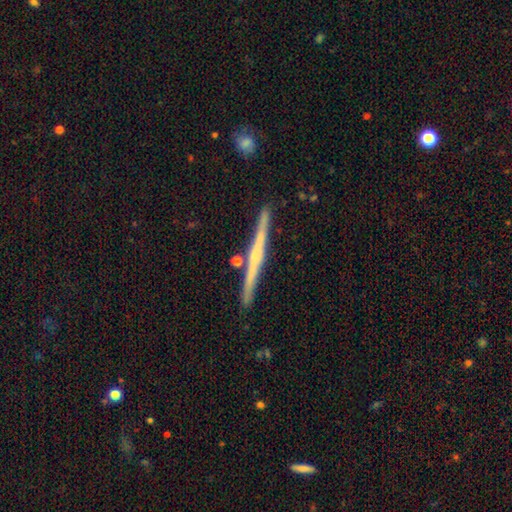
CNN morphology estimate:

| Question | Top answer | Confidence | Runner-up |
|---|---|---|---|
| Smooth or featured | featured or disk | 69% | smooth (25%) |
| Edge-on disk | yes | 98% | no (2%) |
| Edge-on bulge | rounded | 48% | none (42%) |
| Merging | none | 88% | minor disturbance (8%) |